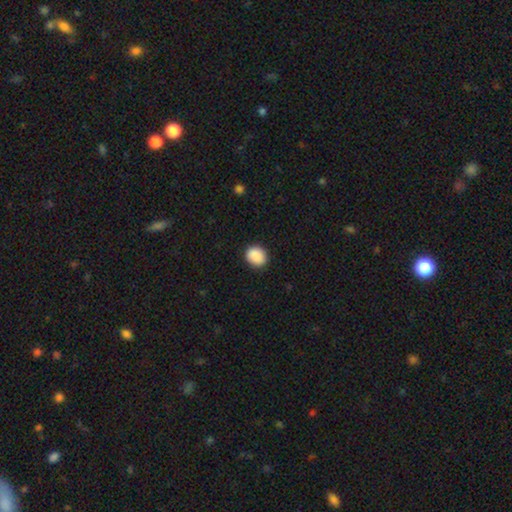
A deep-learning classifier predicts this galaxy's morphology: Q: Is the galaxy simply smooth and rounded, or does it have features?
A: smooth — 89%.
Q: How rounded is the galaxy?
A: round — 62%.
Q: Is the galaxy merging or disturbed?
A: none — 87%.